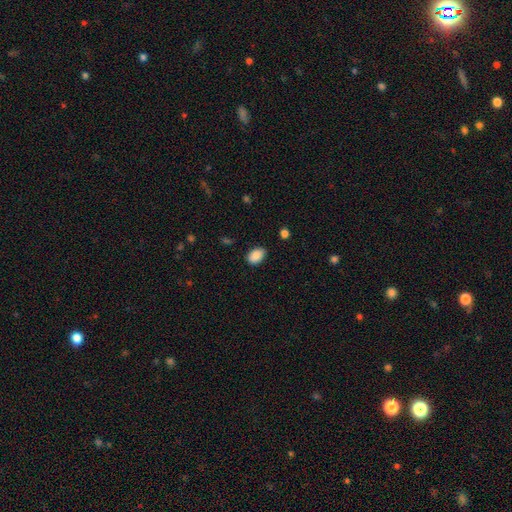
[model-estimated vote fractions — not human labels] This is clearly a smooth galaxy (89%). How rounded: clearly in between (86%). Merging: clearly none (83%).